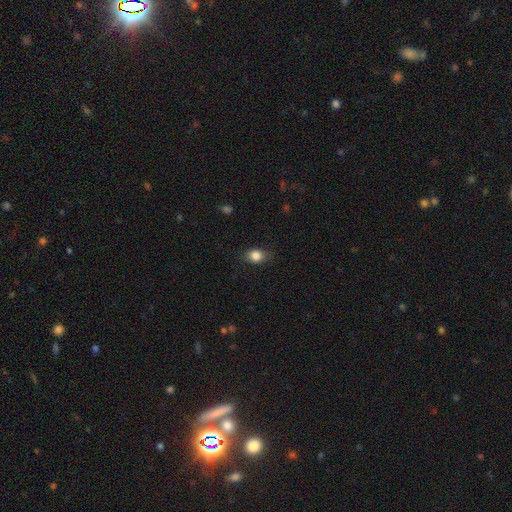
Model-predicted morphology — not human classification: The model was most divided on "how rounded": in between: 59%, round: 39%, cigar-shaped: 2%. More confident: smooth or featured — smooth (83%); merging — none (78%).